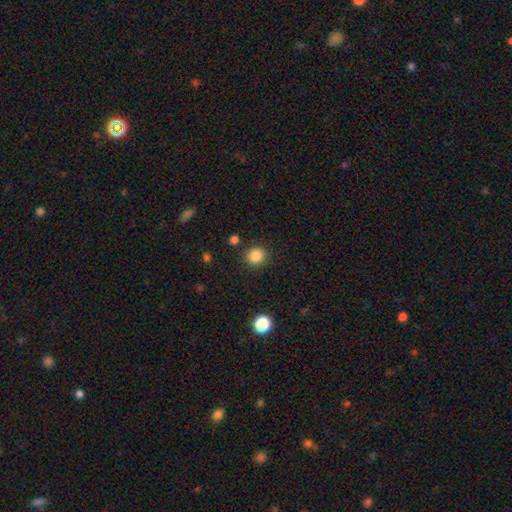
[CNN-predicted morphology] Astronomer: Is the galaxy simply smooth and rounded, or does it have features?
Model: smooth — 86%.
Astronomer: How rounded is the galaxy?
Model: round — 89%.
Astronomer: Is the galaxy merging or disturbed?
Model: none — 88%.